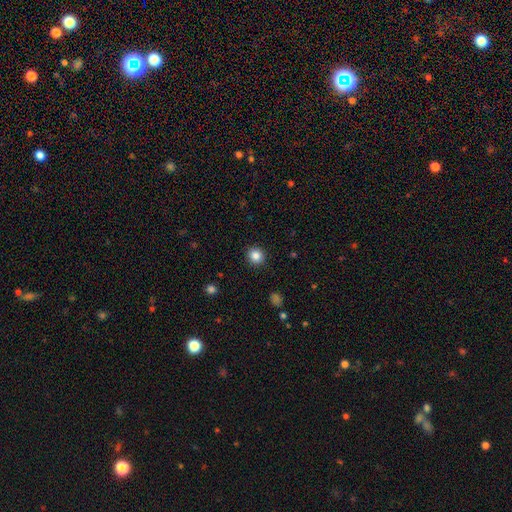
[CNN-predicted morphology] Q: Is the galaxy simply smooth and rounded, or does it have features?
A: smooth — 84%.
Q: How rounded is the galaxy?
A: round — 91%.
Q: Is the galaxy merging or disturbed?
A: none — 92%.